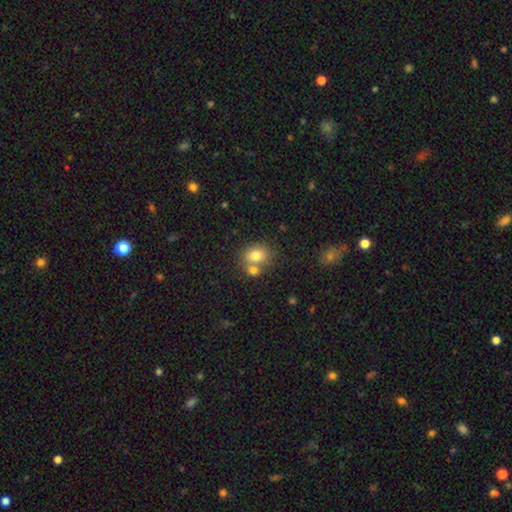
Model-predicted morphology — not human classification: Overall: smooth (78%). How rounded: round (59%; in between 41%). Merging: none (50%; merger 37%).